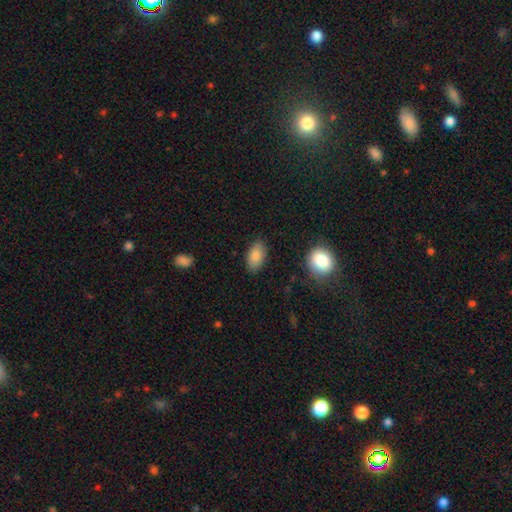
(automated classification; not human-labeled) Smooth or featured?
  - smooth: 84% *
  - featured or disk: 8%
  - star or artifact: 7%
How rounded?
  - in between: 92% *
  - round: 6%
  - cigar-shaped: 2%
Merging?
  - none: 85% *
  - minor disturbance: 11%
  - major disturbance: 3%
  - merger: 2%